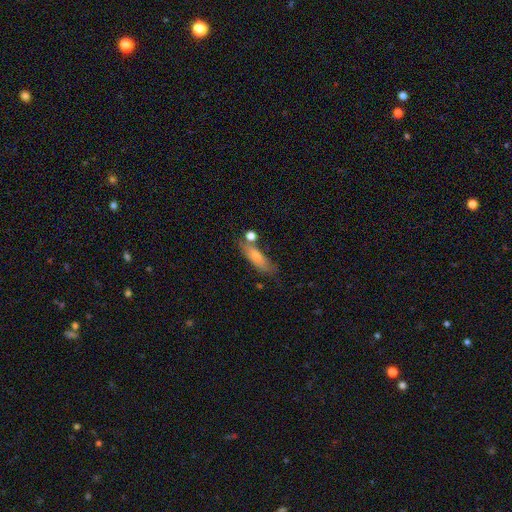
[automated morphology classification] type=smooth (63%); roundness=cigar-shaped (48%); merging=none (60%).